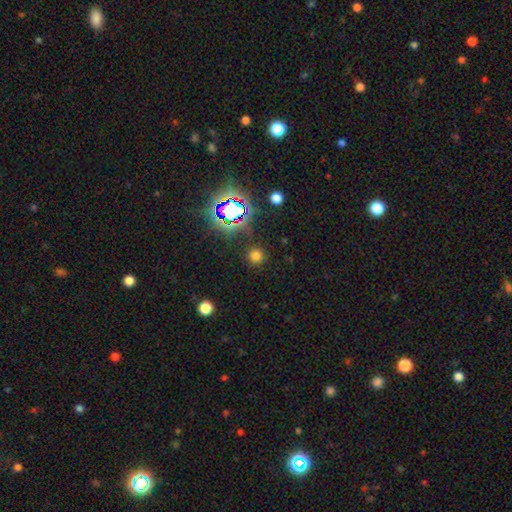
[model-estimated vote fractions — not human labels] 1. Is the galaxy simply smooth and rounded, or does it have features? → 67% smooth, 27% star or artifact, 6% featured or disk.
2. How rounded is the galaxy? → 93% round, 5% in between, 1% cigar-shaped.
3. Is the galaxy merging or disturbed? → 87% none, 7% minor disturbance, 3% major disturbance, 2% merger.